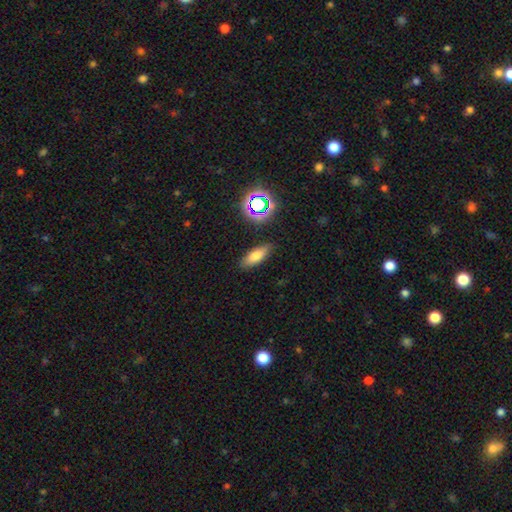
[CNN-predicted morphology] This appears to be a smooth galaxy with no disk features (73%) that is in between round and cigar-shaped (68%). Merging: none (83%).